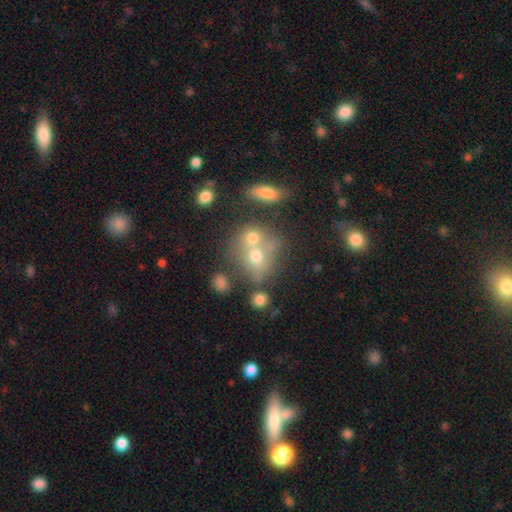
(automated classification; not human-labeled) The model was most divided on "merging": merger: 46%, none: 36%, minor disturbance: 11%, major disturbance: 6%. More confident: how rounded — round (65%); smooth or featured — smooth (56%).